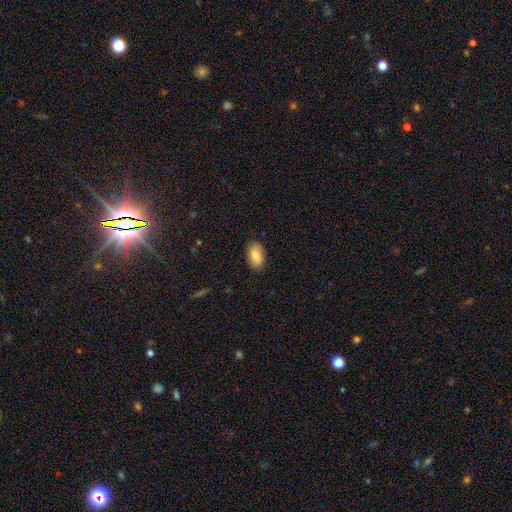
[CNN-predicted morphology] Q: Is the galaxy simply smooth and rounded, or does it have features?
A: smooth — 78%.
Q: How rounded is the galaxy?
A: in between — 93%.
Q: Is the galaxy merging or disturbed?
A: none — 86%.